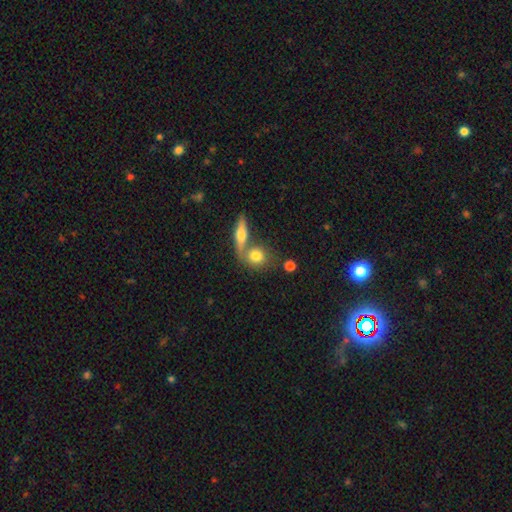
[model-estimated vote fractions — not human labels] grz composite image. It shows a smooth galaxy with no disk features (75%) that is round (64%). Merging: none (50%).